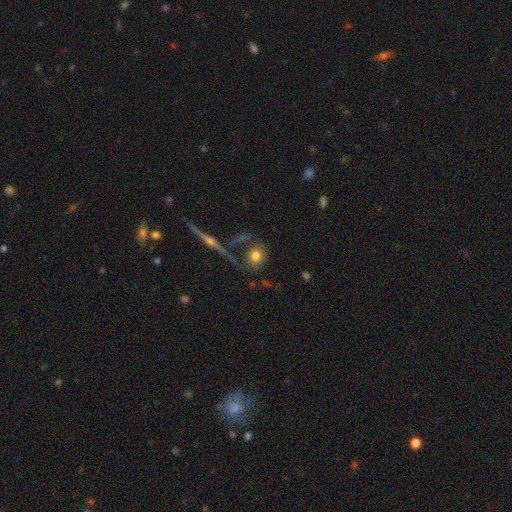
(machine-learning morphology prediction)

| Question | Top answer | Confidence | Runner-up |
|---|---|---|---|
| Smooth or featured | smooth | 67% | featured or disk (23%) |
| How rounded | round | 62% | in between (35%) |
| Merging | none | 67% | minor disturbance (16%) |